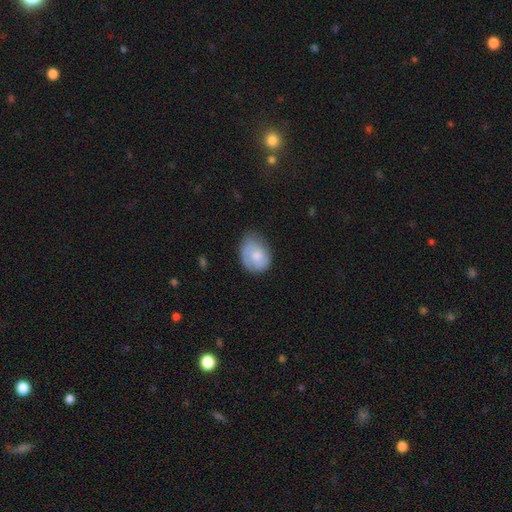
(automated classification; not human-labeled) smooth 61%, featured or disk 33%, star or artifact 6%. Down the decision tree: how rounded — in between (60%); merging — none (57%).